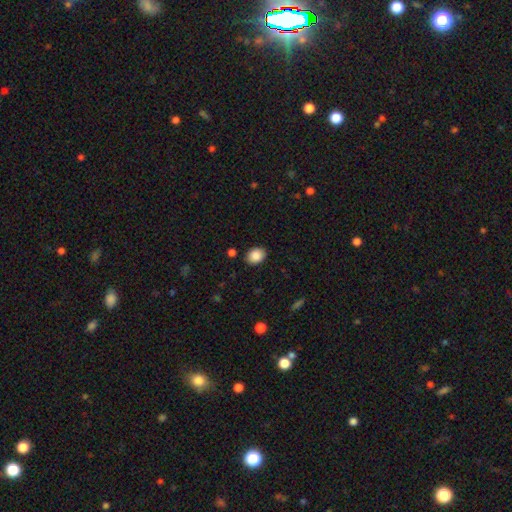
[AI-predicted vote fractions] smooth 88%, star or artifact 8%, featured or disk 4%. Down the decision tree: how rounded — in between (63%); merging — none (88%).